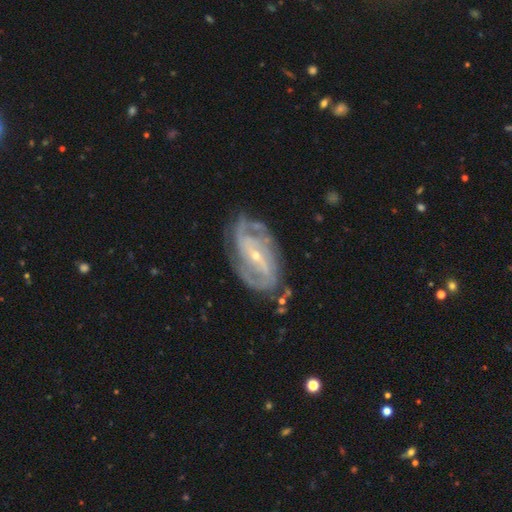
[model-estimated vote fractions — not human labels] Smooth or featured: featured or disk — 86% (smooth — 8%)
Edge-on disk: no — 94% (yes — 6%)
Bar: strong — 37% (weak — 35%)
Spiral arms: yes — 95% (no — 5%)
Spiral winding: tight — 52% (medium — 37%)
Spiral arm count: 2 — 48% (can't tell — 19%)
Bulge size: small — 71% (moderate — 25%)
Merging: none — 75% (minor disturbance — 17%)